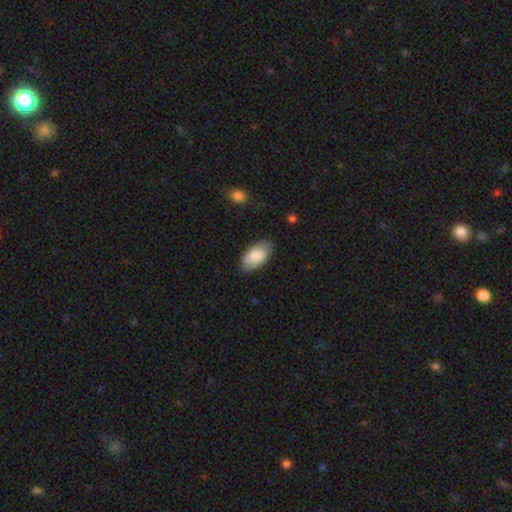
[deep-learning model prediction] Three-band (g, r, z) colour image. It shows a smooth galaxy with no disk features (84%) that is in between round and cigar-shaped (95%). Merging: none (83%).